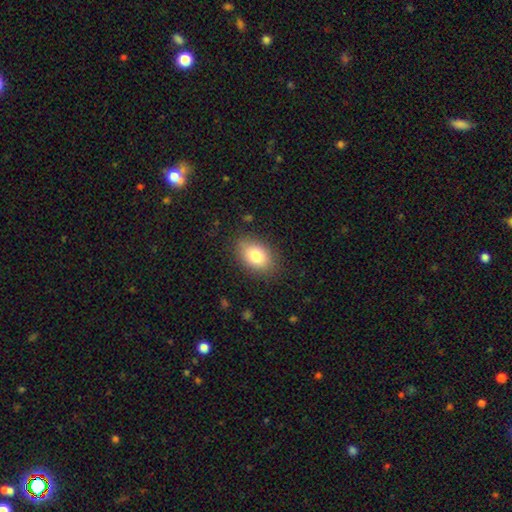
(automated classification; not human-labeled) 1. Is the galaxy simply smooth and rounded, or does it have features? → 80% smooth, 11% featured or disk, 8% star or artifact.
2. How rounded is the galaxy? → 84% in between, 15% round, 1% cigar-shaped.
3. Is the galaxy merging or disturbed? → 84% none, 12% minor disturbance, 3% major disturbance, 1% merger.